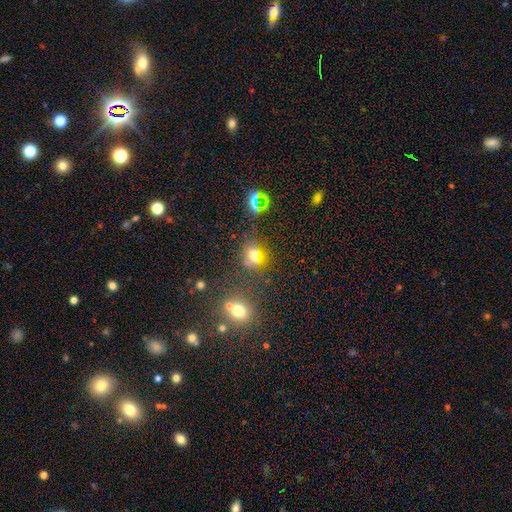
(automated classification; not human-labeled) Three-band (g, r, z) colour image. It shows a smooth galaxy with no disk features (58%) that is round (67%). Merging: none (71%).